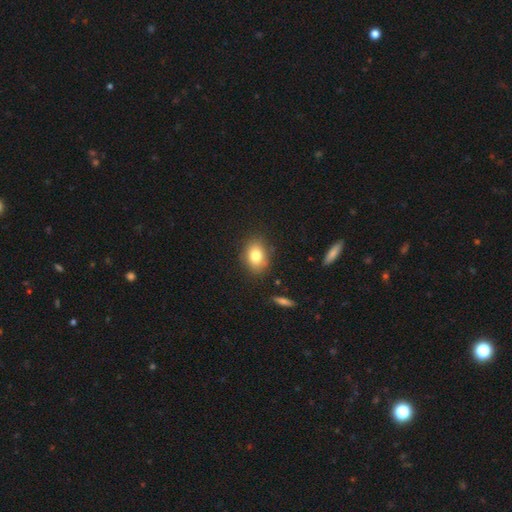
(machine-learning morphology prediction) This appears to be a smooth galaxy with no disk features (78%) that is in between round and cigar-shaped (65%). Merging: none (84%).